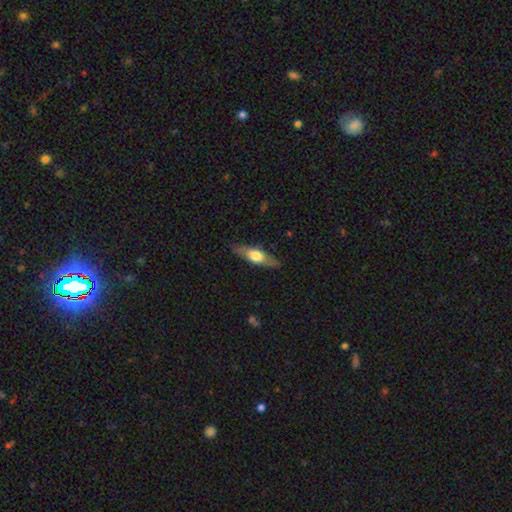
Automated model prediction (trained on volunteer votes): smooth_or_featured: featured or disk (p=0.50) [alt: smooth p=0.45]
merging: none (p=0.81) [alt: minor disturbance p=0.14]